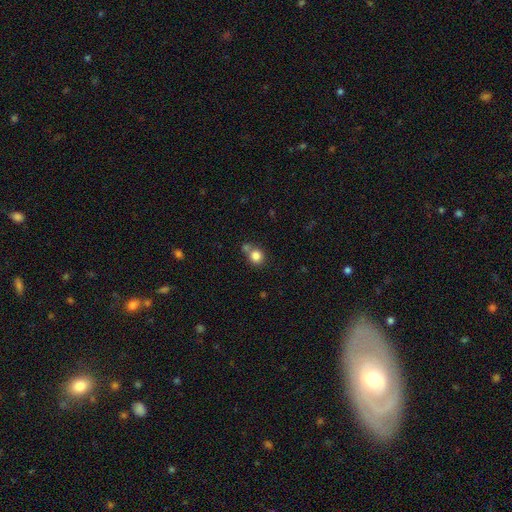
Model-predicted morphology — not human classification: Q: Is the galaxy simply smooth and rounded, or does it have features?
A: smooth — 83%.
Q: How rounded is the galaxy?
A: round — 83%.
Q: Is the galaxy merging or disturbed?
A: none — 56%.